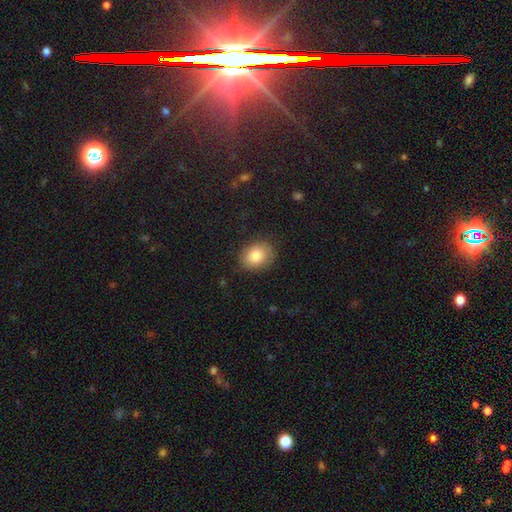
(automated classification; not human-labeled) Morphology: type=smooth (82%); roundness=in between (55%); merging=none (79%).